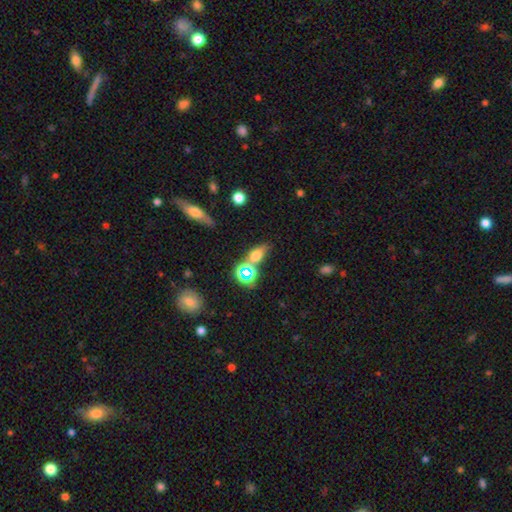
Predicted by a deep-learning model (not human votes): The model was most divided on "smooth or featured": smooth: 59%, star or artifact: 25%, featured or disk: 16%. More confident: how rounded — in between (68%); merging — none (59%).